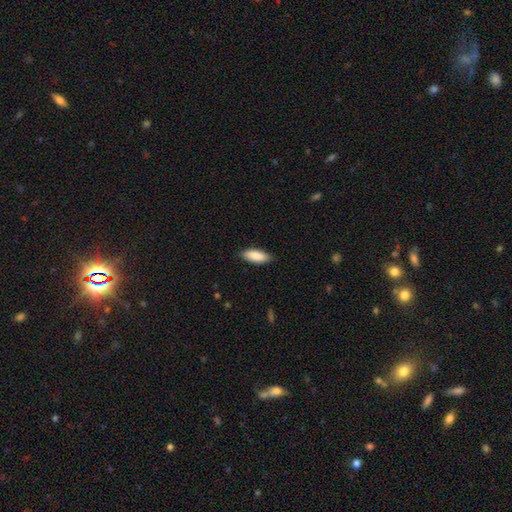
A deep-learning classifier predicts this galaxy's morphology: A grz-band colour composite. It shows a smooth galaxy with no disk features (89%) that is in between round and cigar-shaped (79%). Merging: none (85%).